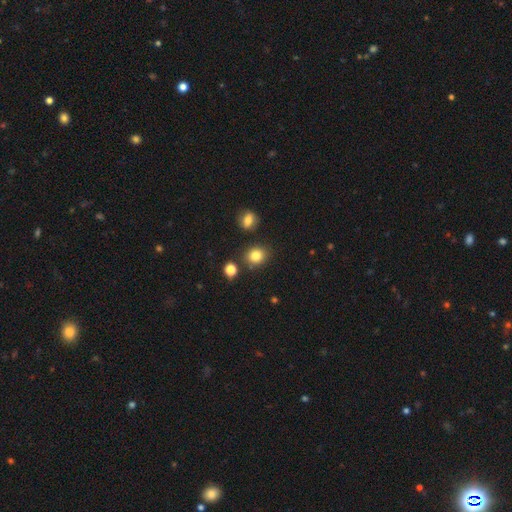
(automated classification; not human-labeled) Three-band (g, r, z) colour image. It shows a smooth galaxy with no disk features (82%) that is round (71%). Merging: none (80%).